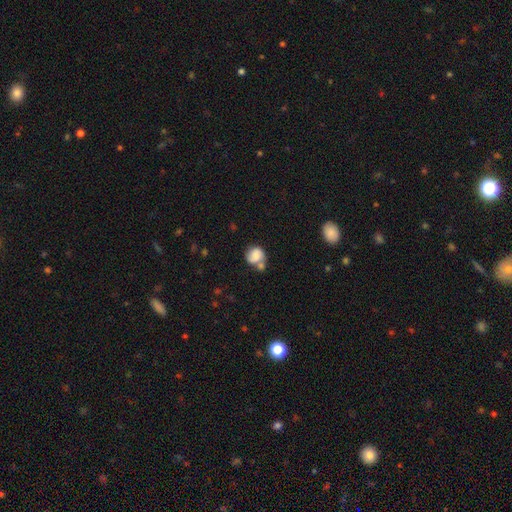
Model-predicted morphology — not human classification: The model was most divided on "merging" (2-way tie): merger: 37%, none: 37%, minor disturbance: 18%, major disturbance: 8%. More confident: how rounded — round (78%); smooth or featured — smooth (73%).